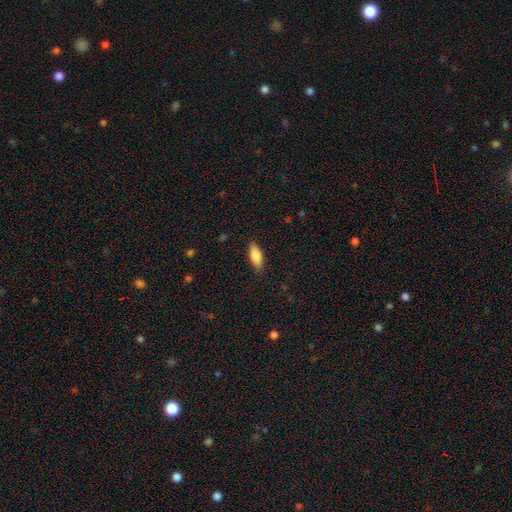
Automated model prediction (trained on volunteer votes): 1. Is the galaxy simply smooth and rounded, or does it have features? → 80% smooth, 14% featured or disk, 7% star or artifact.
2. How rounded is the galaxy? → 74% in between, 24% cigar-shaped, 2% round.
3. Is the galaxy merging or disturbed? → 86% none, 10% minor disturbance, 2% major disturbance, 1% merger.